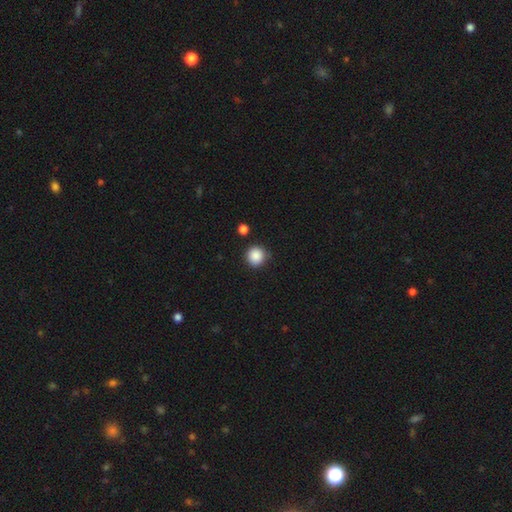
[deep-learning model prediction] A smooth galaxy with no disk features (88%) that is round (93%). Merging: none (85%).